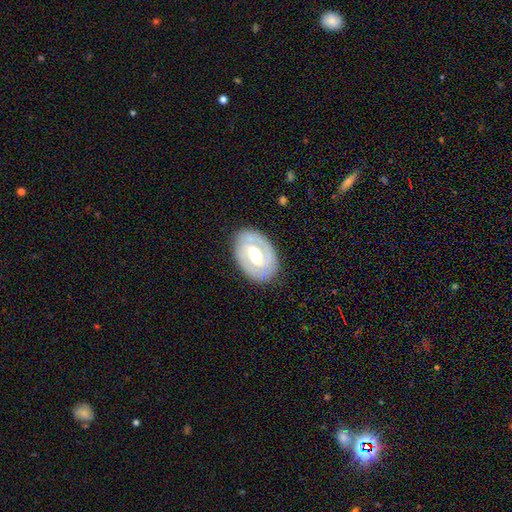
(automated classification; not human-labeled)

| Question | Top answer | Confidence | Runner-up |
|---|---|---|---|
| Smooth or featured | featured or disk | 76% | smooth (19%) |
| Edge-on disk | no | 96% | yes (4%) |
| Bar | weak | 45% | no (31%) |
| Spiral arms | yes | 69% | no (31%) |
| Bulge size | moderate | 60% | large (29%) |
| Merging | none | 82% | minor disturbance (13%) |